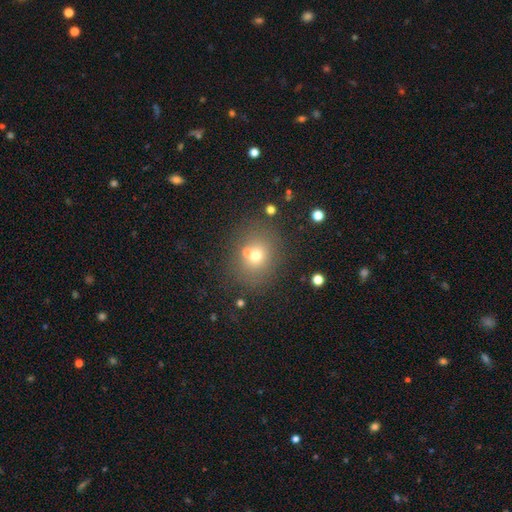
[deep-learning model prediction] A smooth galaxy with no disk features (67%) that is round (72%). Merging: none (68%).